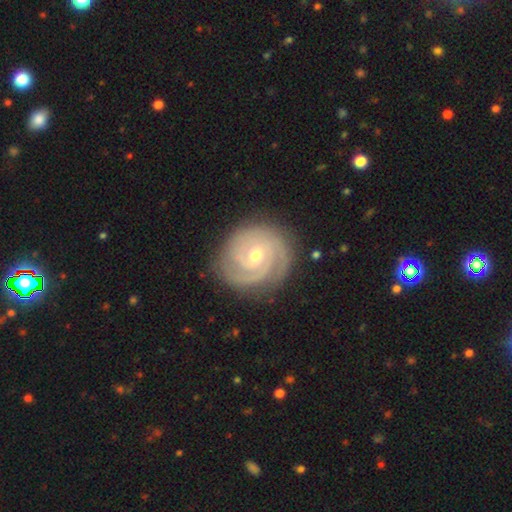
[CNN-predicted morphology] smooth_or_featured: featured or disk (p=0.89) [alt: smooth p=0.06]
disk_edge_on: no (p=0.98) [alt: yes p=0.02]
bar: no (p=0.60) [alt: weak p=0.33]
has_spiral_arms: yes (p=0.98) [alt: no p=0.02]
spiral_winding: tight (p=0.78) [alt: medium p=0.19]
spiral_arm_count: 3 (p=0.42) [alt: 2 p=0.30]
bulge_size: moderate (p=0.50) [alt: small p=0.47]
merging: none (p=0.83) [alt: minor disturbance p=0.13]